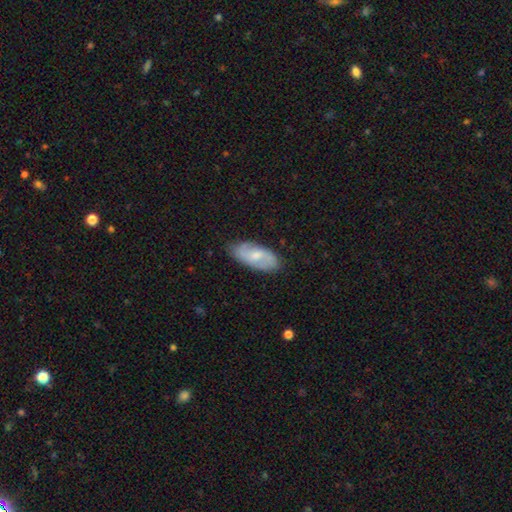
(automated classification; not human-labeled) Q: Smooth or featured?
A: featured or disk (53%); runner-up: smooth (41%)
Q: Edge-on disk?
A: no (92%); runner-up: yes (8%)
Q: Merging?
A: none (81%); runner-up: minor disturbance (15%)